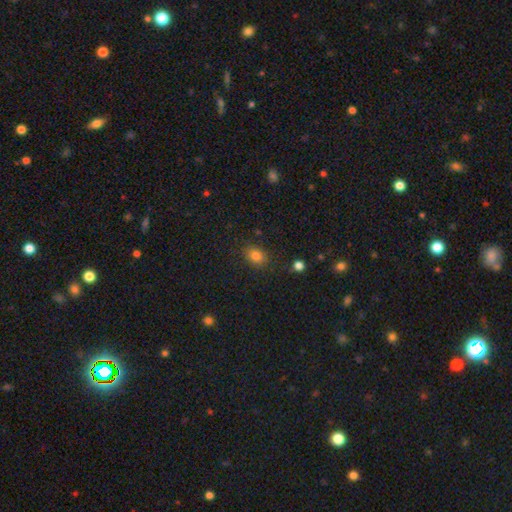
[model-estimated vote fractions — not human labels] Morphology: type=smooth (81%); roundness=in between (56%); merging=none (83%).